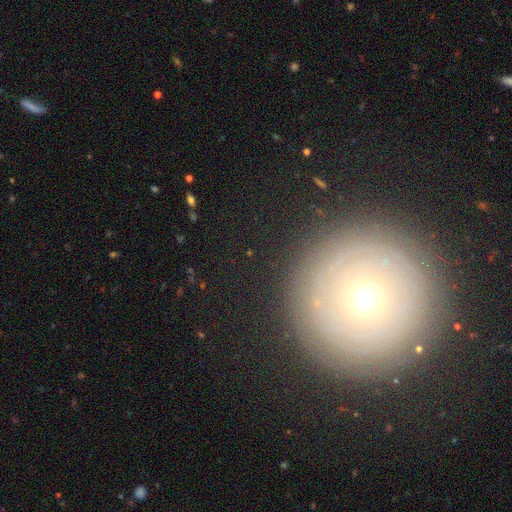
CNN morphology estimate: A smooth galaxy with no disk features (54%) that is round (96%). Merging: none (88%).